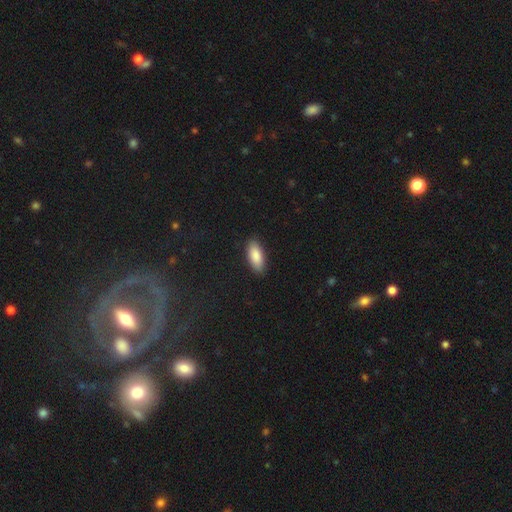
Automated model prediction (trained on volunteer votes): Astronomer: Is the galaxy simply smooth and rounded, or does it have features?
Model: smooth — 88%.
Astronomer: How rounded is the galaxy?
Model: in between — 84%.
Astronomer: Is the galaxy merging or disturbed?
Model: none — 88%.